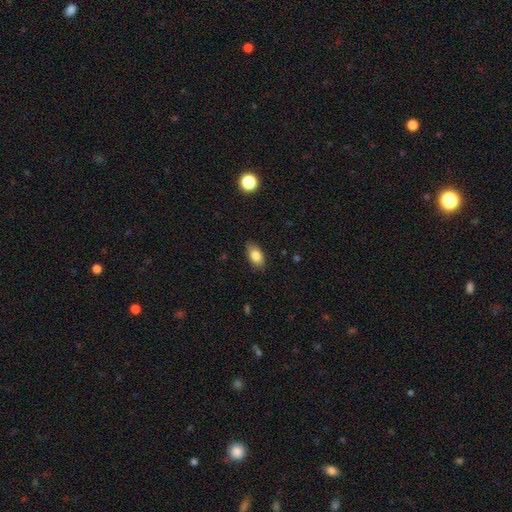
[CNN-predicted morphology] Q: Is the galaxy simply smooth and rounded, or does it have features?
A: smooth — 82%.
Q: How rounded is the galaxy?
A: in between — 90%.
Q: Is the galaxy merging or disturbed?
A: none — 86%.